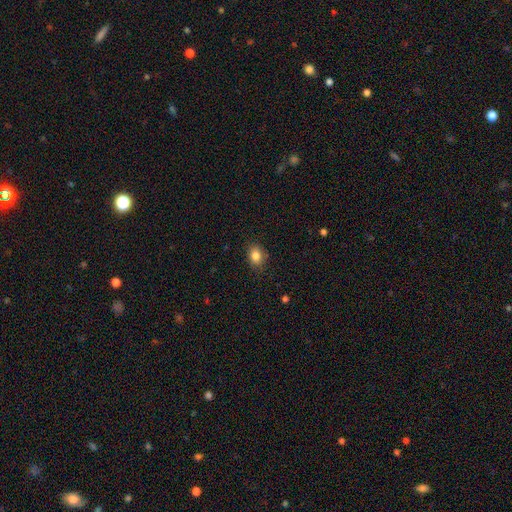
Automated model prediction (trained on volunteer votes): A smooth galaxy with no disk features (84%) that is in between round and cigar-shaped (60%).

Vote fractions:
- Smooth or featured? smooth: 84% / star or artifact: 10% / featured or disk: 6%
- How rounded? in between: 60% / round: 39% / cigar-shaped: 1%
- Merging? none: 83% / minor disturbance: 13% / major disturbance: 3% / merger: 1%